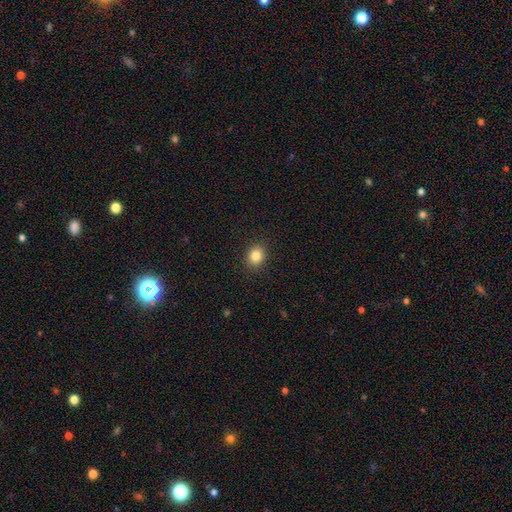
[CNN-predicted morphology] Smooth or featured?
  - smooth: 84% *
  - star or artifact: 11%
  - featured or disk: 6%
How rounded?
  - round: 63% *
  - in between: 36%
  - cigar-shaped: 1%
Merging?
  - none: 89% *
  - minor disturbance: 7%
  - major disturbance: 2%
  - merger: 1%